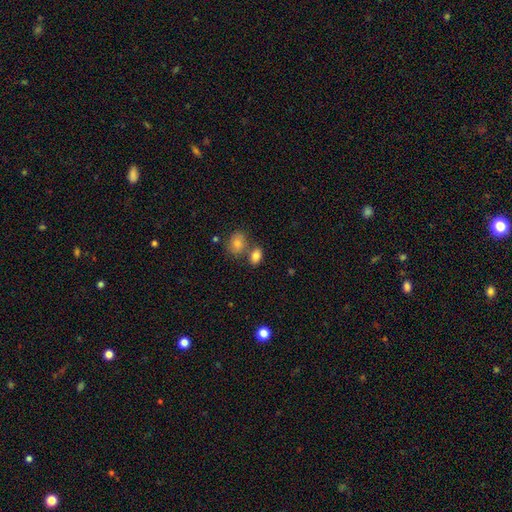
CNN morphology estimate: Q: Smooth or featured?
A: smooth (83%); runner-up: star or artifact (9%)
Q: How rounded?
A: in between (81%); runner-up: round (17%)
Q: Merging?
A: none (55%); runner-up: merger (30%)